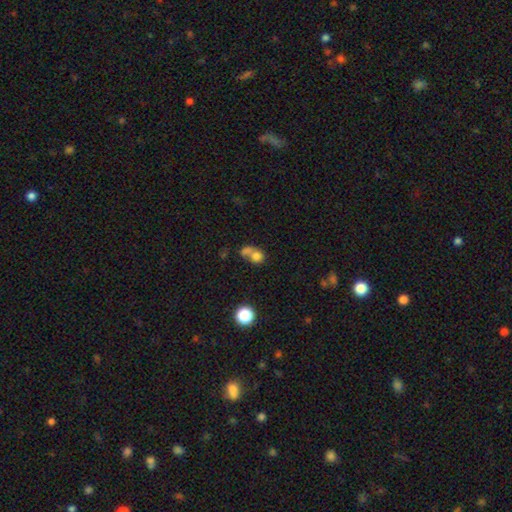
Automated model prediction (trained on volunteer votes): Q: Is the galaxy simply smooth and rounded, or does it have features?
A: smooth — 72%.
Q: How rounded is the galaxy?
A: round — 69%.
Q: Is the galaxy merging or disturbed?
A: merger — 57%.